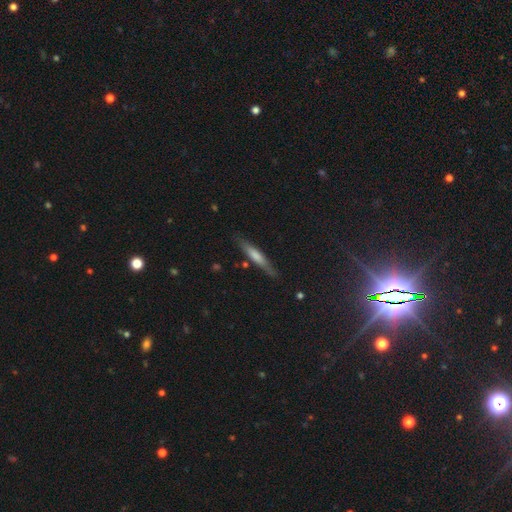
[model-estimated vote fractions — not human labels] The model was most divided on "smooth or featured": smooth: 57%, featured or disk: 37%, star or artifact: 6%. More confident: how rounded — cigar-shaped (90%); merging — none (82%).